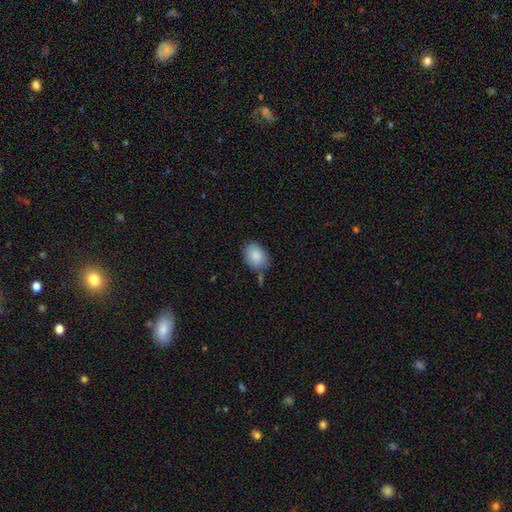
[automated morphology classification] Overall: smooth (87%). How rounded: in between (73%). Merging: none (68%).